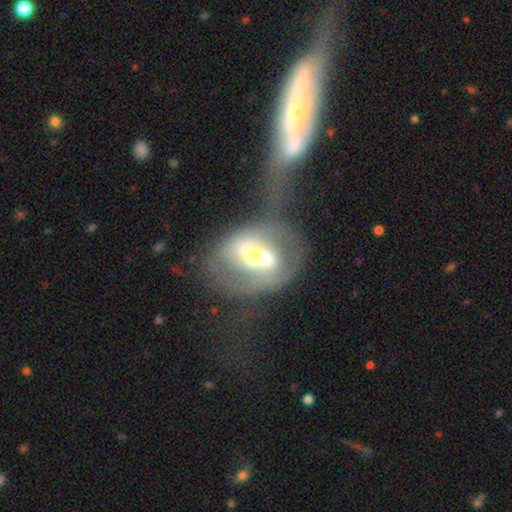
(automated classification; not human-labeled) This appears to be a featured or disk galaxy (64%) with no bar (50%), no spiral arms (54%) and a moderate central bulge (62%). Merging: merger (50%).